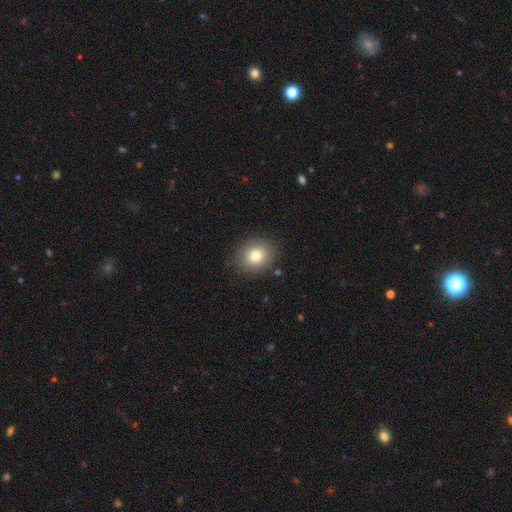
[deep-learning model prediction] Q: Smooth or featured?
A: smooth (79%); runner-up: star or artifact (11%)
Q: How rounded?
A: round (73%); runner-up: in between (26%)
Q: Merging?
A: none (86%); runner-up: minor disturbance (9%)